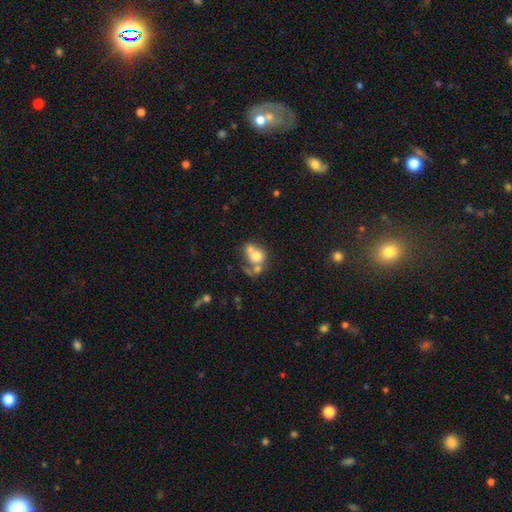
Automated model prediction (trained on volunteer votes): Smooth or featured? smooth (66%)
How rounded? round (63%)
Merging? merger (53%)